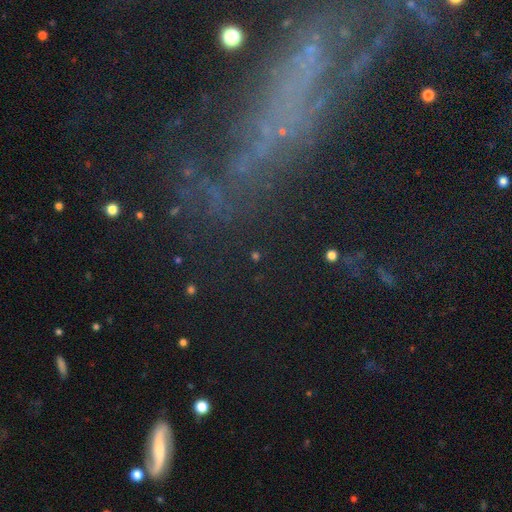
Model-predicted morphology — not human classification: This is possibly a star or artifact rather than a galaxy (57%).